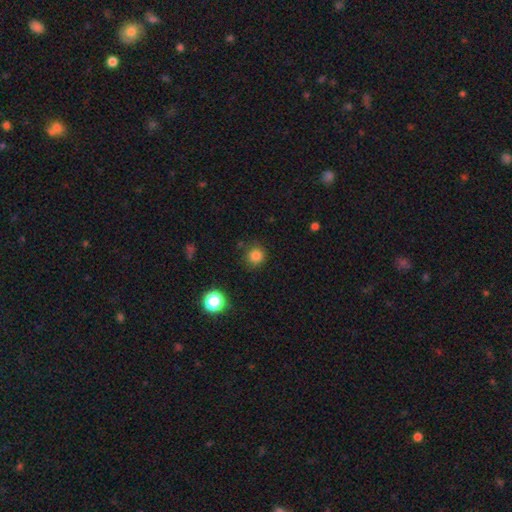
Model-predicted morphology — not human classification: Smooth or featured?
  - smooth: 82% *
  - star or artifact: 14%
  - featured or disk: 4%
How rounded?
  - round: 92% *
  - in between: 7%
  - cigar-shaped: 1%
Merging?
  - none: 86% *
  - minor disturbance: 9%
  - major disturbance: 3%
  - merger: 2%